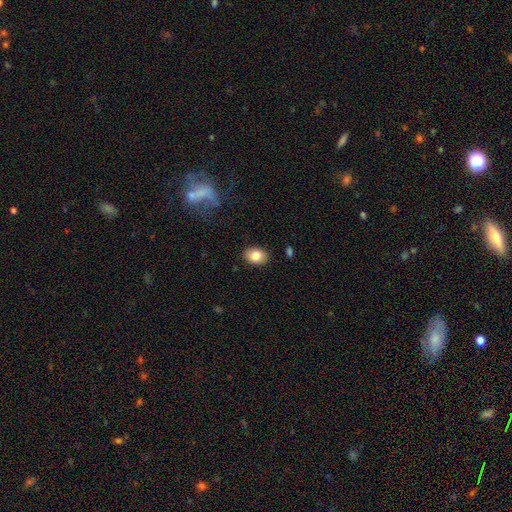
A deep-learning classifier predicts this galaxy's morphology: smooth 83%, featured or disk 9%, star or artifact 8%. Down the decision tree: how rounded — in between (72%); merging — none (88%).